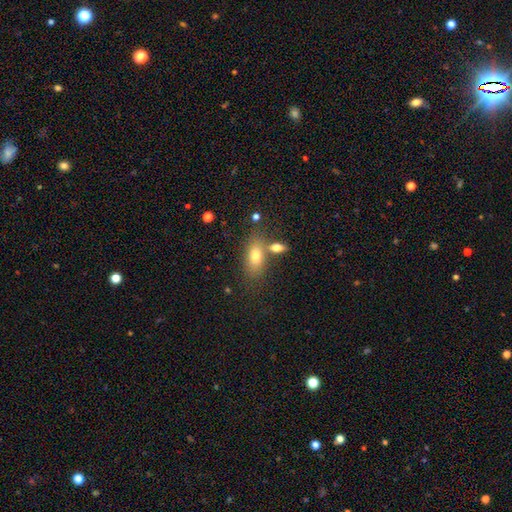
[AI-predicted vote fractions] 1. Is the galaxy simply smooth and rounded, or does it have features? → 75% smooth, 16% featured or disk, 10% star or artifact.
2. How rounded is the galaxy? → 82% in between, 12% cigar-shaped, 6% round.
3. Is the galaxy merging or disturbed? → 62% none, 21% merger, 13% minor disturbance, 4% major disturbance.